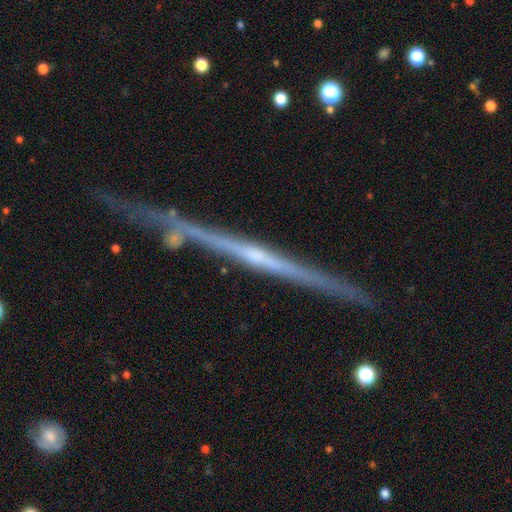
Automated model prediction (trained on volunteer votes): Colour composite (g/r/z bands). It shows a featured or disk galaxy (82%) viewed edge-on (97%) with no central bulge (56%). Merging: none (83%).